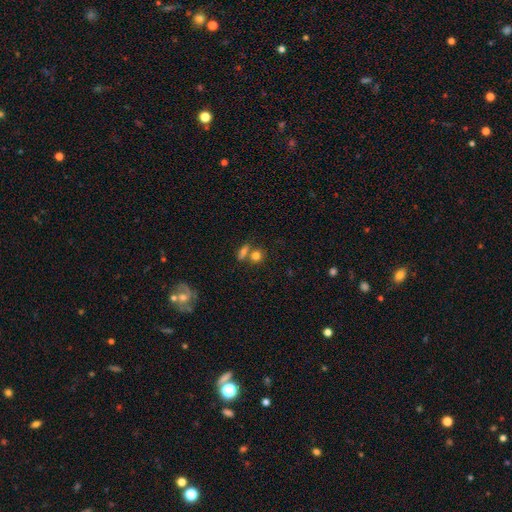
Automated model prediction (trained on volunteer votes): smooth-or-featured: smooth: 77% | star or artifact: 11% | featured or disk: 11%
  how-rounded: round: 68% | in between: 27% | cigar-shaped: 5%
  merging: none: 54% | merger: 33% | minor disturbance: 10% | major disturbance: 4%